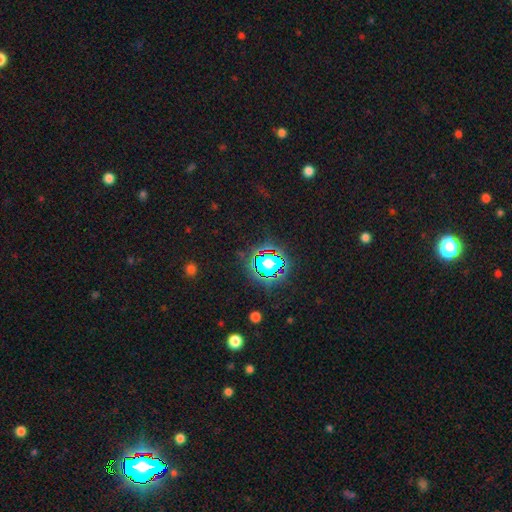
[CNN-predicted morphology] Smooth or featured? Predicted: star or artifact (p=0.82).